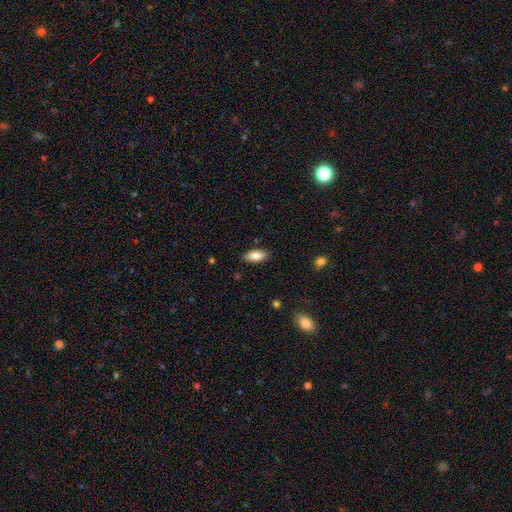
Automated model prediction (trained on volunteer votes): Smooth or featured?
  - smooth: 83% *
  - featured or disk: 10%
  - star or artifact: 7%
How rounded?
  - in between: 87% *
  - cigar-shaped: 10%
  - round: 2%
Merging?
  - none: 87% *
  - minor disturbance: 10%
  - major disturbance: 2%
  - merger: 1%